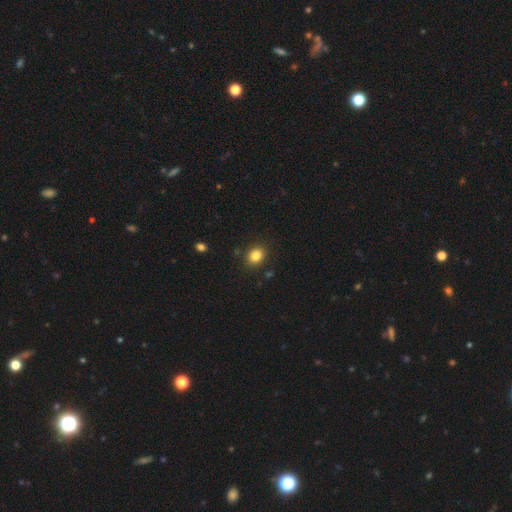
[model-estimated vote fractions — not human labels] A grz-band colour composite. It shows a smooth galaxy with no disk features (84%) that is round (55%). Merging: none (88%).